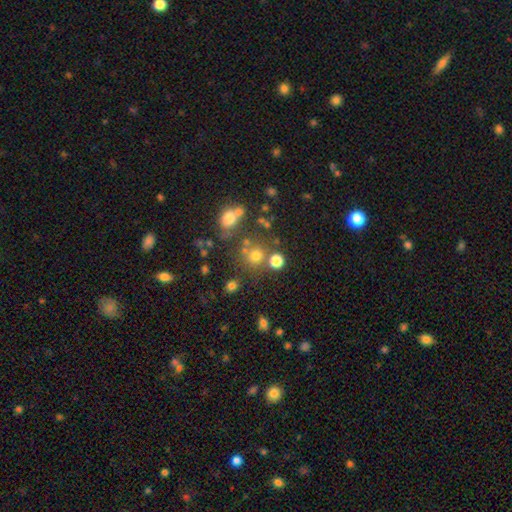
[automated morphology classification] This appears to be a smooth galaxy with no disk features (70%) that is round (88%). Merging: none (66%).